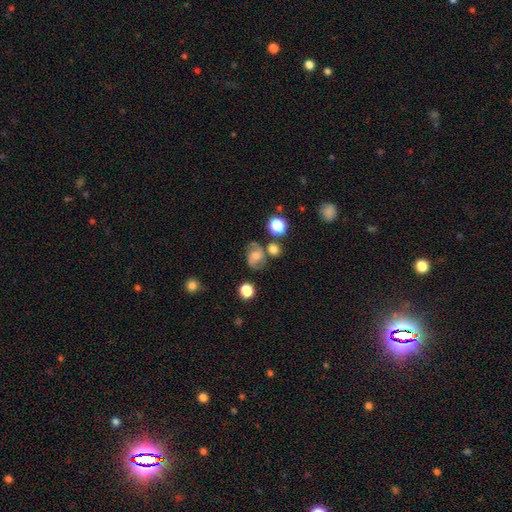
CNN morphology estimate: smooth_or_featured: featured or disk (p=0.58) [alt: smooth p=0.30]
disk_edge_on: no (p=0.97) [alt: yes p=0.03]
bar: no (p=0.55) [alt: weak p=0.37]
has_spiral_arms: yes (p=0.89) [alt: no p=0.11]
spiral_winding: medium (p=0.51) [alt: loose p=0.27]
spiral_arm_count: 2 (p=0.85) [alt: can't tell p=0.07]
bulge_size: moderate (p=0.42) [alt: small p=0.31]
merging: none (p=0.60) [alt: minor disturbance p=0.19]